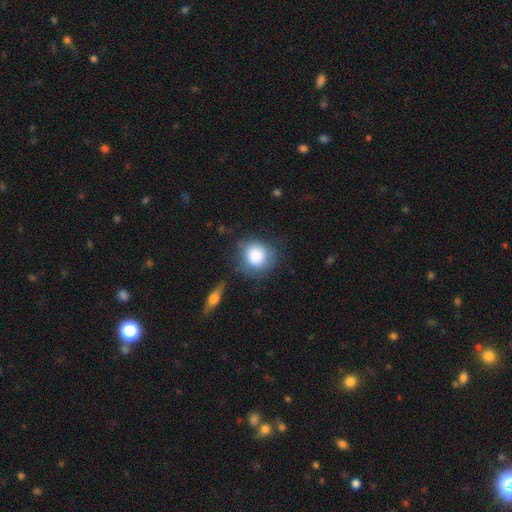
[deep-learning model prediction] Overall: smooth (84%). How rounded: round (85%). Merging: none (64%).